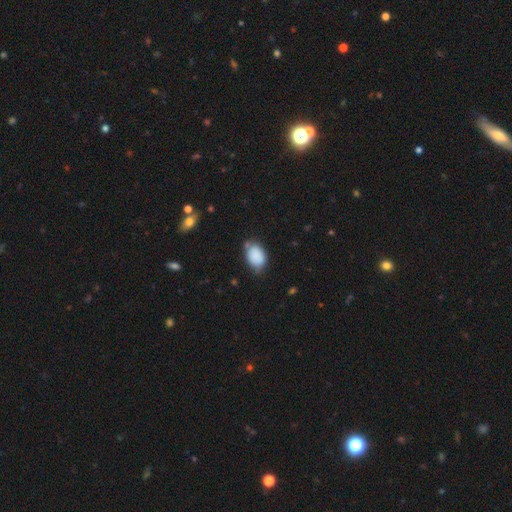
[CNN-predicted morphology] A smooth galaxy with no disk features (86%) that is in between round and cigar-shaped (80%).

Vote fractions:
- Smooth or featured? smooth: 86% / star or artifact: 7% / featured or disk: 7%
- How rounded? in between: 80% / round: 19% / cigar-shaped: 1%
- Merging? none: 61% / minor disturbance: 27% / major disturbance: 6% / merger: 6%